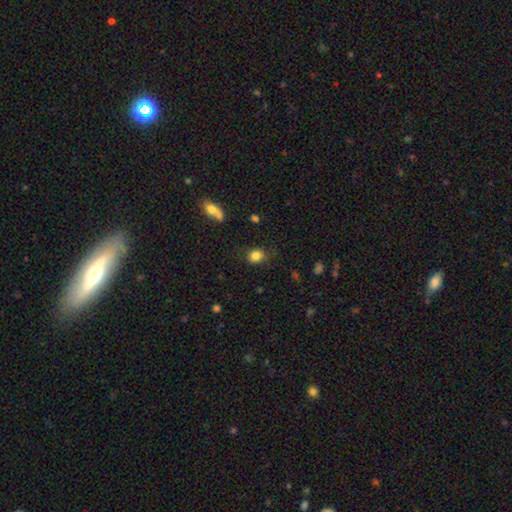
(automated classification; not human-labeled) The model was most divided on "how rounded": round: 66%, in between: 33%, cigar-shaped: 1%. More confident: smooth or featured — smooth (84%); merging — none (78%).